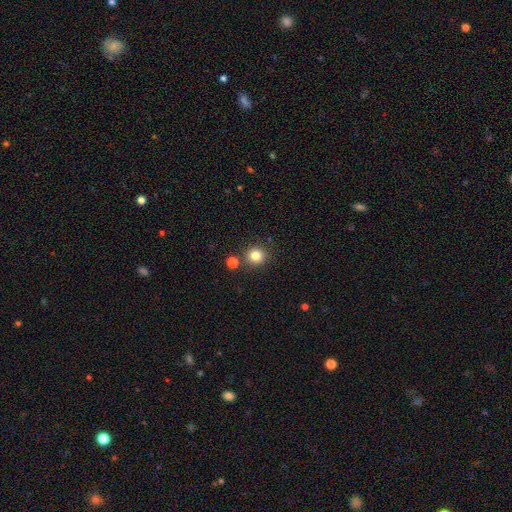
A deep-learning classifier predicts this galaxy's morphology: smooth_or_featured: smooth (p=0.82) [alt: star or artifact p=0.12]
how_rounded: round (p=0.91) [alt: in between p=0.08]
merging: none (p=0.83) [alt: minor disturbance p=0.07]